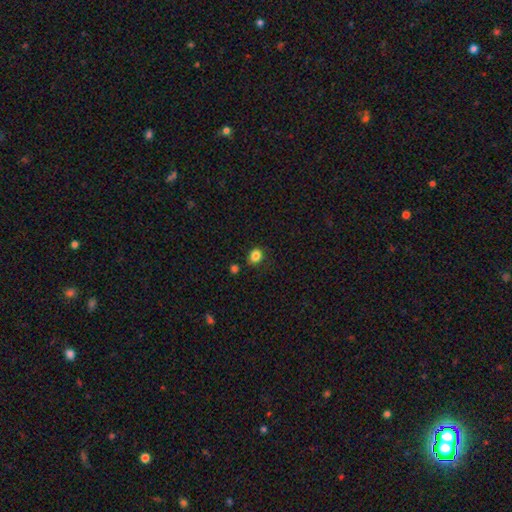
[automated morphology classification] Q: Smooth or featured?
A: smooth (84%); runner-up: star or artifact (11%)
Q: How rounded?
A: round (61%); runner-up: in between (38%)
Q: Merging?
A: none (79%); runner-up: minor disturbance (14%)